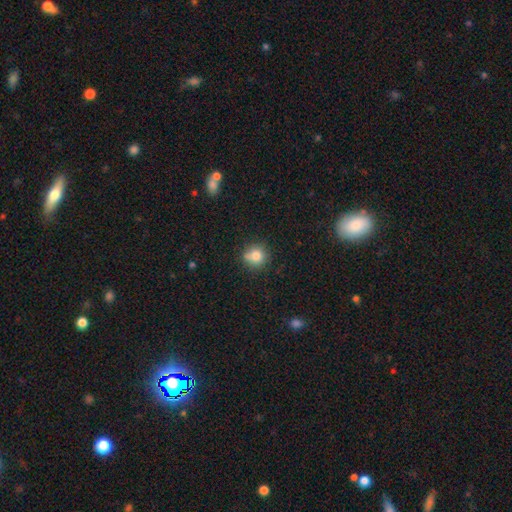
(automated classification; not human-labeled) A smooth galaxy with no disk features (79%) that is round (88%).

Vote fractions:
- Smooth or featured? smooth: 79% / star or artifact: 11% / featured or disk: 10%
- How rounded? round: 88% / in between: 10% / cigar-shaped: 1%
- Merging? none: 70% / minor disturbance: 17% / merger: 9% / major disturbance: 4%